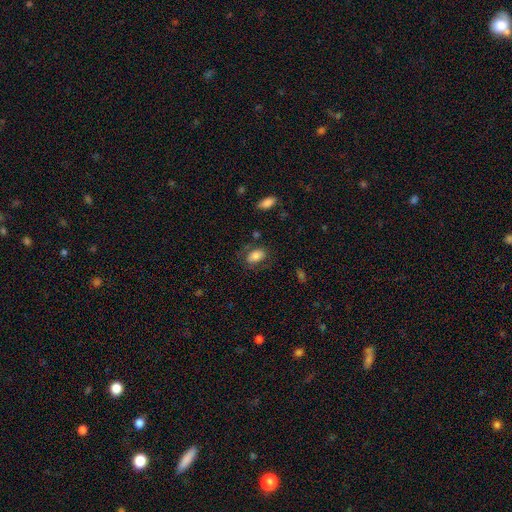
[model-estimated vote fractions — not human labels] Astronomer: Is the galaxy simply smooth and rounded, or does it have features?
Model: smooth — 74%.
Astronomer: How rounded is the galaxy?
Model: in between — 88%.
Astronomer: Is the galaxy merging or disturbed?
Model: none — 69%.